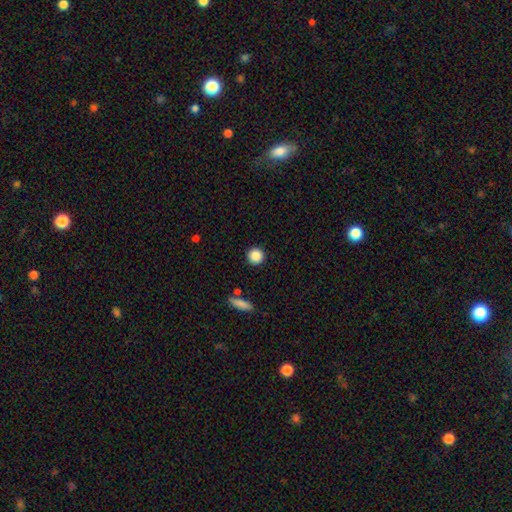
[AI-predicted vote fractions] This is clearly a smooth galaxy (87%). How rounded: clearly round (94%). Merging: clearly none (91%).